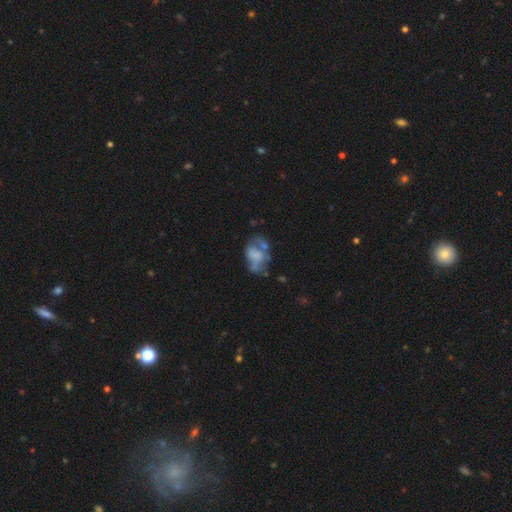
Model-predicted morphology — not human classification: A featured or disk galaxy (47%).

Vote fractions:
- Smooth or featured? featured or disk: 47% / smooth: 43% / star or artifact: 10%
- Merging? none: 28% / major disturbance: 26% / merger: 25% / minor disturbance: 21%